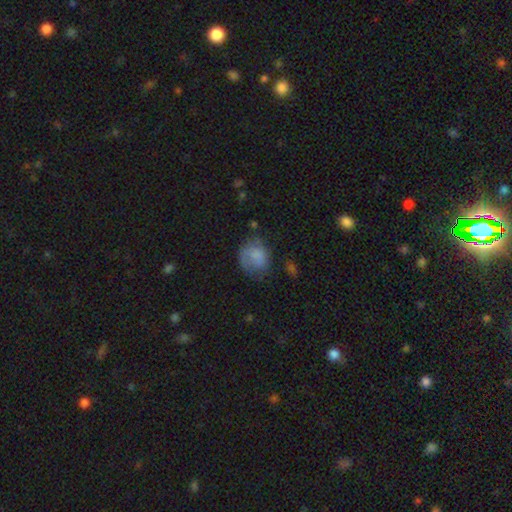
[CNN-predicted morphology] A smooth galaxy with no disk features (71%) that is round (65%).

Vote fractions:
- Smooth or featured? smooth: 71% / featured or disk: 20% / star or artifact: 9%
- How rounded? round: 65% / in between: 34% / cigar-shaped: 1%
- Merging? none: 46% / minor disturbance: 30% / major disturbance: 22% / merger: 3%